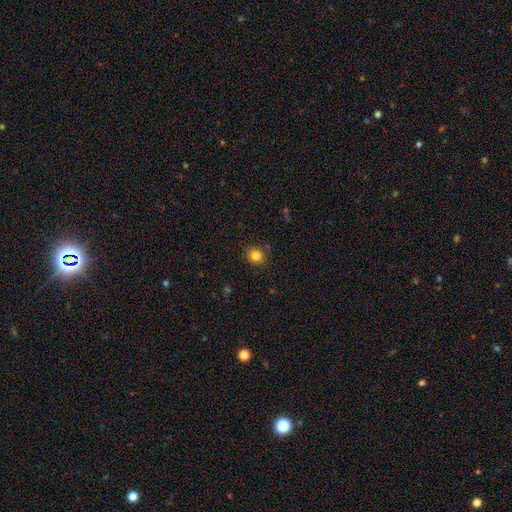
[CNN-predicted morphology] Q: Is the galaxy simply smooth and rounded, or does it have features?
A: smooth — 83%.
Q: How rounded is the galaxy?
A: round — 84%.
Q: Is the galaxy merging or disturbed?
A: none — 87%.